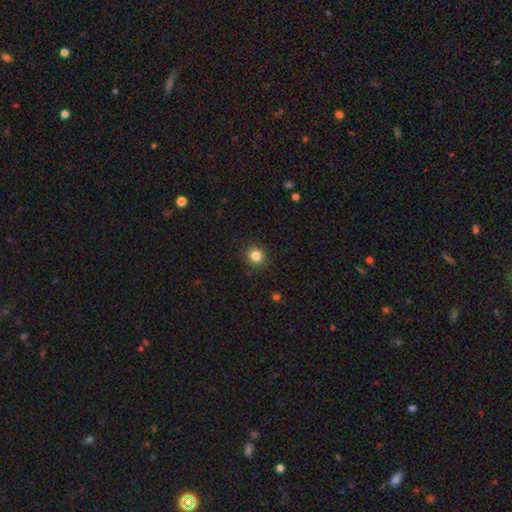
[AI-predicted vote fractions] Smooth or featured: smooth — 84% (star or artifact — 12%)
How rounded: round — 89% (in between — 10%)
Merging: none — 90% (minor disturbance — 7%)